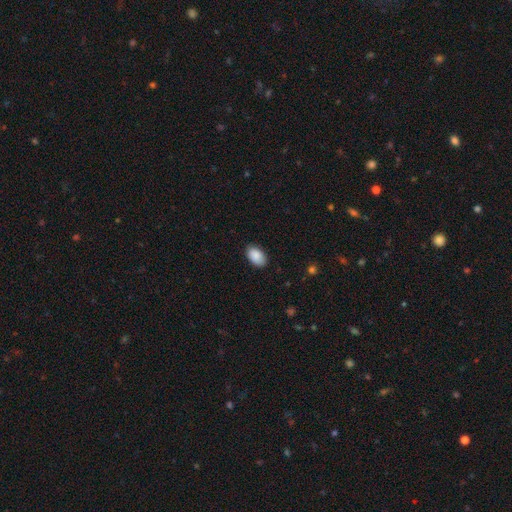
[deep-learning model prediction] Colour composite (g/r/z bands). It shows a smooth galaxy with no disk features (89%) that is in between round and cigar-shaped (93%). Merging: none (85%).